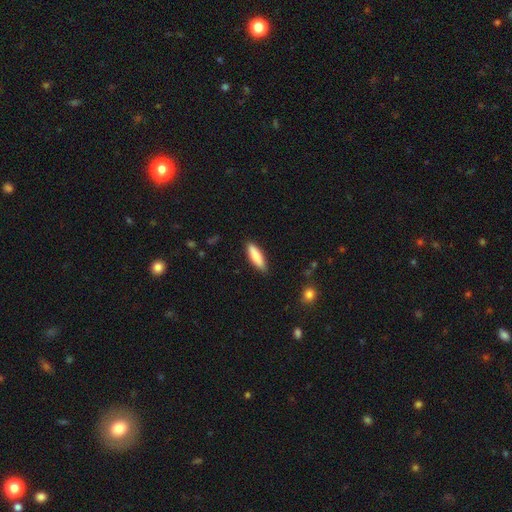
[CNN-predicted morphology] Smooth or featured?
  - smooth: 83% *
  - featured or disk: 11%
  - star or artifact: 5%
How rounded?
  - cigar-shaped: 54% *
  - in between: 44%
  - round: 2%
Merging?
  - none: 86% *
  - minor disturbance: 11%
  - major disturbance: 2%
  - merger: 1%